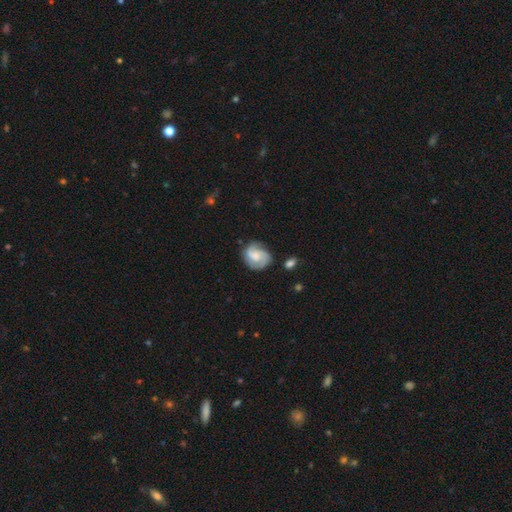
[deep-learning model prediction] smooth_or_featured: featured or disk (p=0.74) [alt: smooth p=0.20]
disk_edge_on: no (p=0.98) [alt: yes p=0.02]
bar: no (p=0.55) [alt: weak p=0.38]
has_spiral_arms: yes (p=0.95) [alt: no p=0.05]
spiral_winding: medium (p=0.46) [alt: tight p=0.37]
spiral_arm_count: 2 (p=0.49) [alt: 3 p=0.31]
bulge_size: moderate (p=0.37) [alt: small p=0.28]
merging: none (p=0.71) [alt: minor disturbance p=0.19]